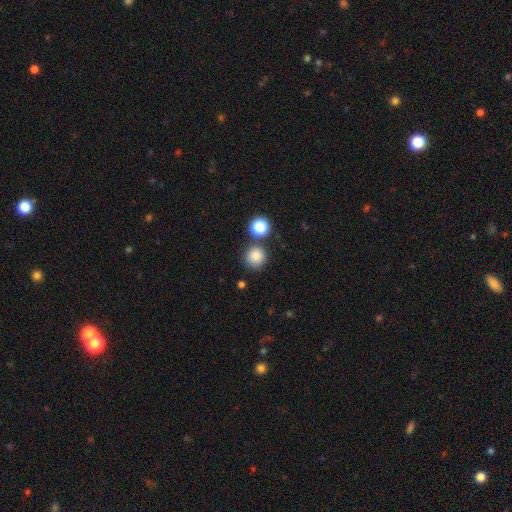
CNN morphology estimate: type=smooth (84%); roundness=round (93%); merging=none (77%).